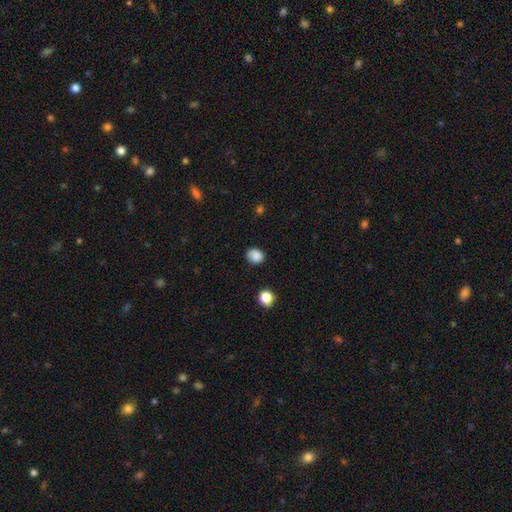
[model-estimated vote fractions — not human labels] Morphology: type=smooth (85%); roundness=round (59%); merging=none (76%).